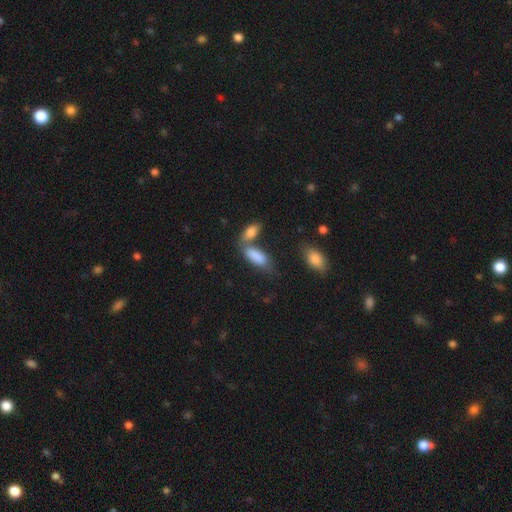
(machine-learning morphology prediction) Smooth or featured: smooth — 85% (featured or disk — 8%)
How rounded: in between — 81% (cigar-shaped — 16%)
Merging: merger — 41% (none — 39%)